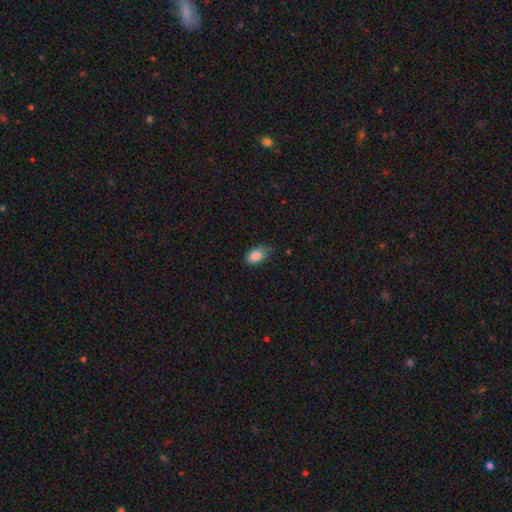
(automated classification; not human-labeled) Smooth or featured? smooth (86%)
How rounded? in between (92%)
Merging? none (73%)